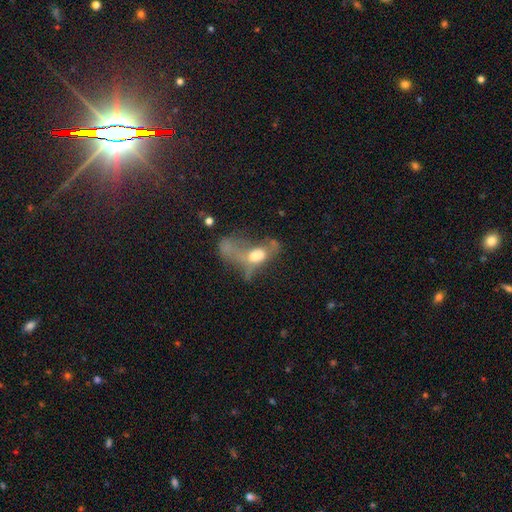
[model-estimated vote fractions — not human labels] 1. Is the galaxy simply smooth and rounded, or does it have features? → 45% smooth, 41% featured or disk, 13% star or artifact.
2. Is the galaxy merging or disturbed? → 53% major disturbance, 25% merger, 13% none, 10% minor disturbance.